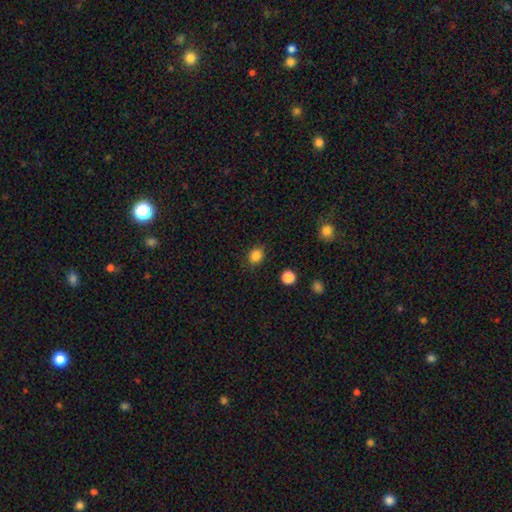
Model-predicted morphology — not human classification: Q: Smooth or featured?
A: smooth (85%); runner-up: star or artifact (11%)
Q: How rounded?
A: round (59%); runner-up: in between (40%)
Q: Merging?
A: none (87%); runner-up: minor disturbance (9%)